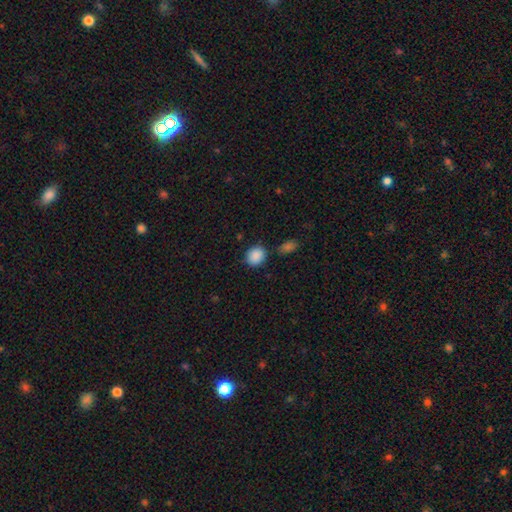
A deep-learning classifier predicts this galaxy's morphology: Smooth or featured? Predicted: smooth (p=0.89). How rounded? Predicted: round (p=0.72). Merging? Predicted: none (p=0.79).